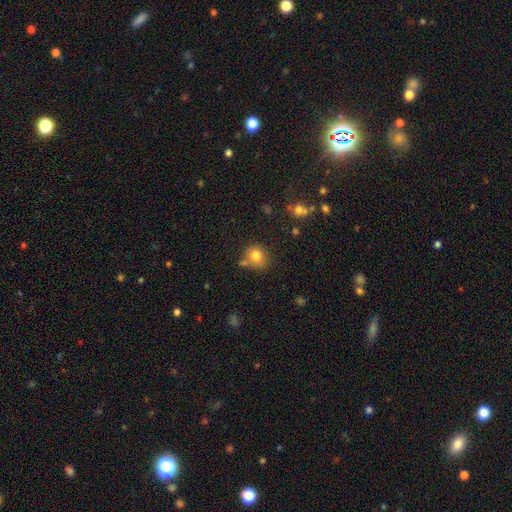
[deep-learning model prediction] Overall: smooth (80%). How rounded: round (74%). Merging: none (62%).